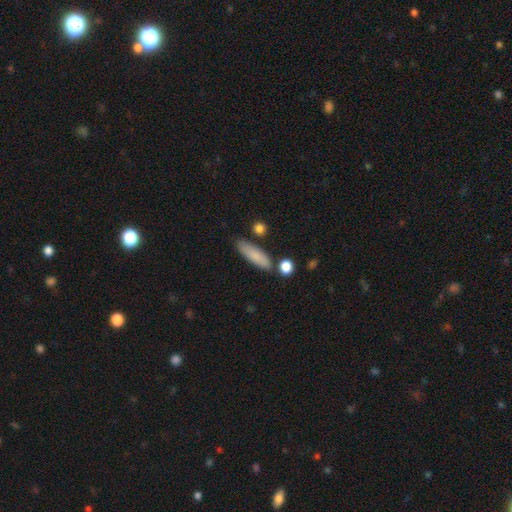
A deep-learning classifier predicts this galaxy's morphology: A smooth galaxy with no disk features (82%) that is cigar-shaped (59%).

Vote fractions:
- Smooth or featured? smooth: 82% / featured or disk: 11% / star or artifact: 7%
- How rounded? cigar-shaped: 59% / in between: 38% / round: 3%
- Merging? none: 76% / minor disturbance: 14% / merger: 6% / major disturbance: 3%